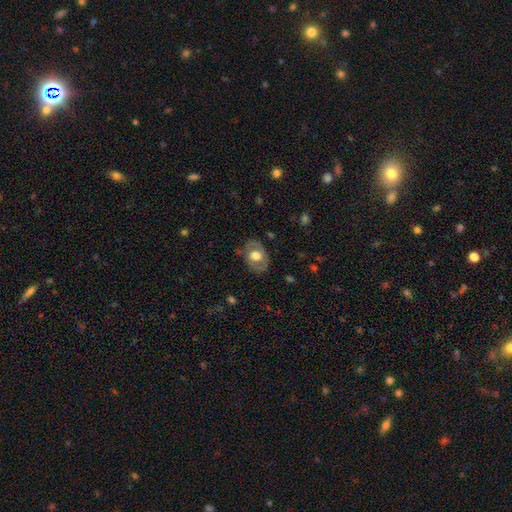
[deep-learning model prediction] Q: Smooth or featured?
A: featured or disk (48%); runner-up: smooth (46%)
Q: Merging?
A: none (76%); runner-up: minor disturbance (17%)